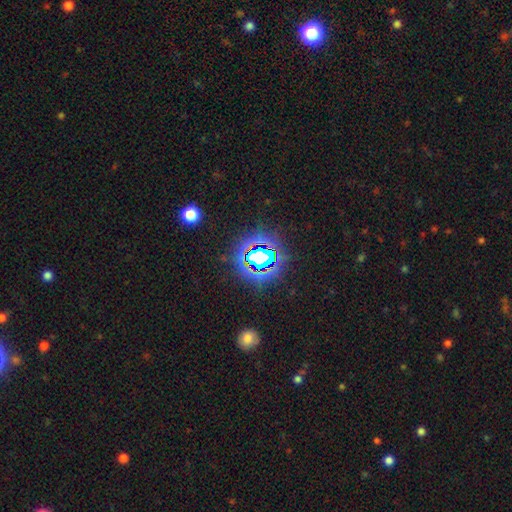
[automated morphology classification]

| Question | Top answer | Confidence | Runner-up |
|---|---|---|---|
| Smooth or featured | star or artifact | 78% | smooth (13%) |